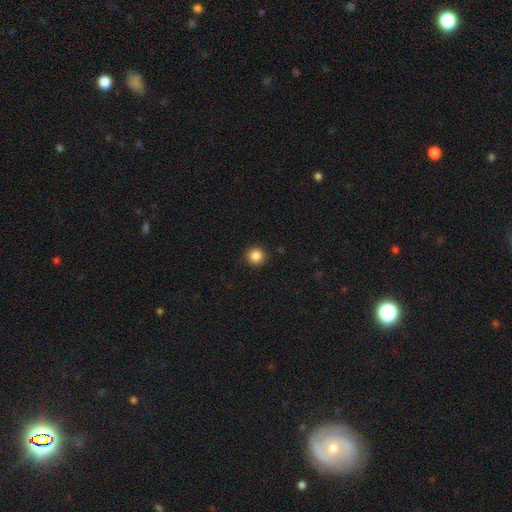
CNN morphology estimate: Smooth or featured? smooth (86%)
How rounded? round (95%)
Merging? none (92%)